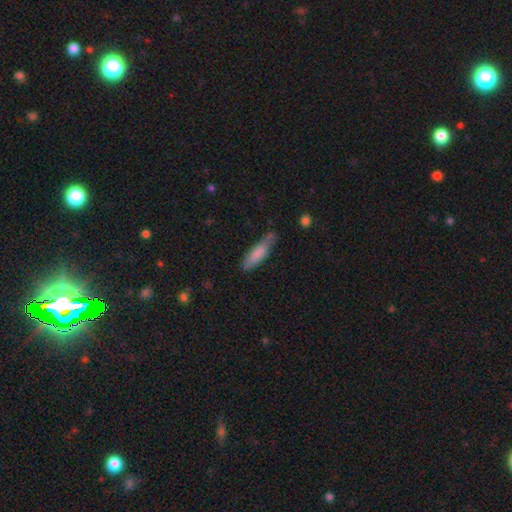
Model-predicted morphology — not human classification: Smooth or featured?
  - smooth: 75% *
  - featured or disk: 18%
  - star or artifact: 7%
How rounded?
  - cigar-shaped: 73% *
  - in between: 26%
  - round: 2%
Merging?
  - none: 68% *
  - minor disturbance: 24%
  - major disturbance: 5%
  - merger: 2%